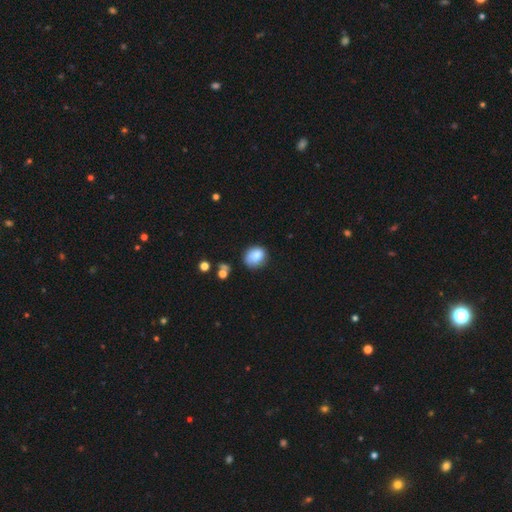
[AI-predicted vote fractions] Smooth or featured: smooth — 83% (star or artifact — 9%)
How rounded: round — 51% (in between — 48%)
Merging: none — 65% (minor disturbance — 26%)